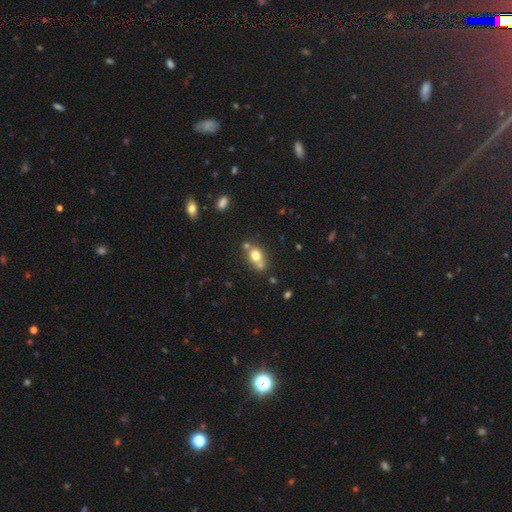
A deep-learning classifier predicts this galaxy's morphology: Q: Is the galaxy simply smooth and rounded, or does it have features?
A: smooth — 71%.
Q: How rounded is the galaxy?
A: round — 51%.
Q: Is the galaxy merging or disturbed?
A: none — 48%.